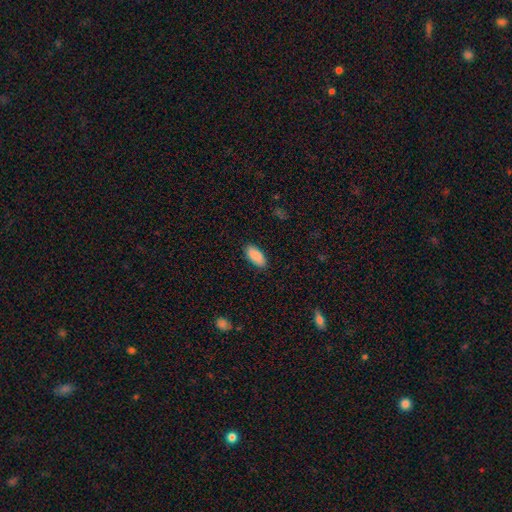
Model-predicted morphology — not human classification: A smooth galaxy with no disk features (90%) that is in between round and cigar-shaped (89%). Merging: none (88%).